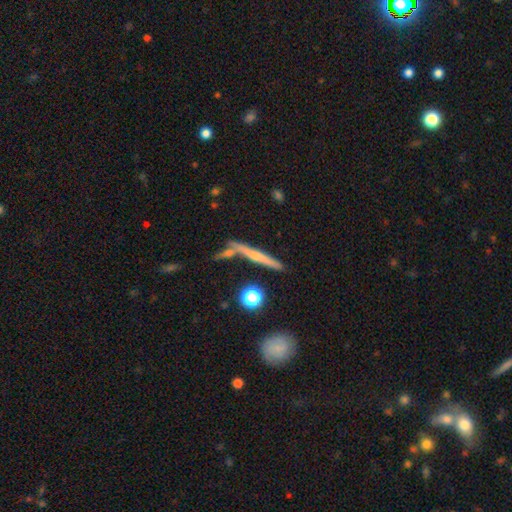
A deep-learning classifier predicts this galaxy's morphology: featured or disk 62%, smooth 30%, star or artifact 9%. Down the decision tree: edge-on disk — yes (96%); edge-on bulge — rounded (67%); merging — none (75%).